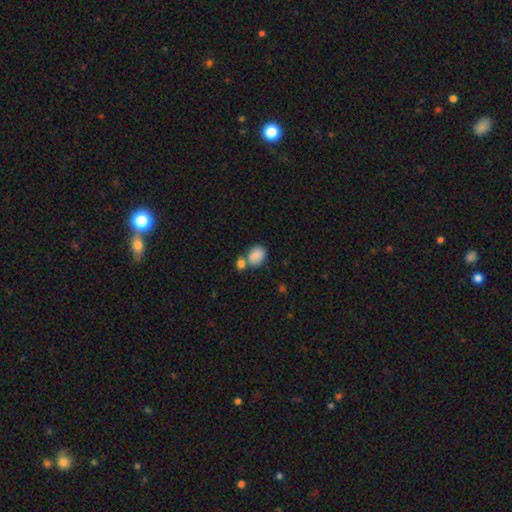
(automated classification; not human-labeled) This appears to be a smooth galaxy with no disk features (86%) that is in between round and cigar-shaped (68%). Merging: none (43%).